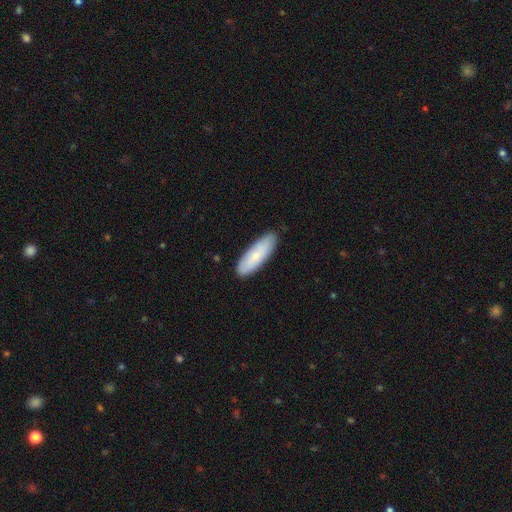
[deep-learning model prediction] Morphology: type=smooth (75%); roundness=in between (53%); merging=none (85%).